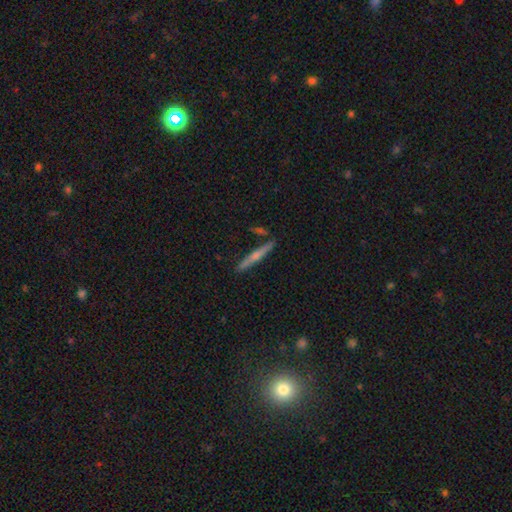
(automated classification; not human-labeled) This is possibly a featured or disk galaxy (57%). It is clearly viewed edge-on (97%). Edge-on bulge: likely rounded (73%). Merging: clearly none (86%).